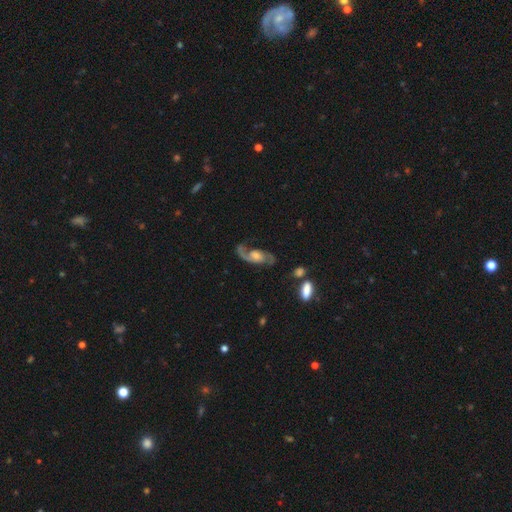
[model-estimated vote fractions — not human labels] The model was most divided on "spiral winding": loose: 45%, medium: 43%, tight: 12%. More confident: spiral arms — yes (96%); edge-on disk — no (95%); smooth or featured — featured or disk (87%); spiral arm count — 2 (87%); merging — none (66%); bar — no (62%); bulge size — moderate (56%).